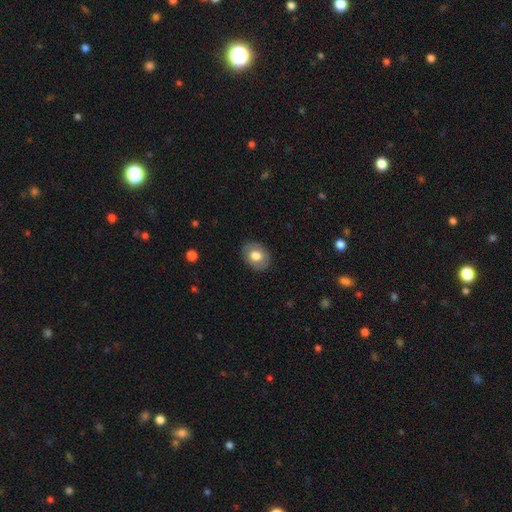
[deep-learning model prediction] Q: Smooth or featured?
A: smooth (69%); runner-up: featured or disk (24%)
Q: How rounded?
A: in between (62%); runner-up: round (38%)
Q: Merging?
A: none (86%); runner-up: minor disturbance (11%)